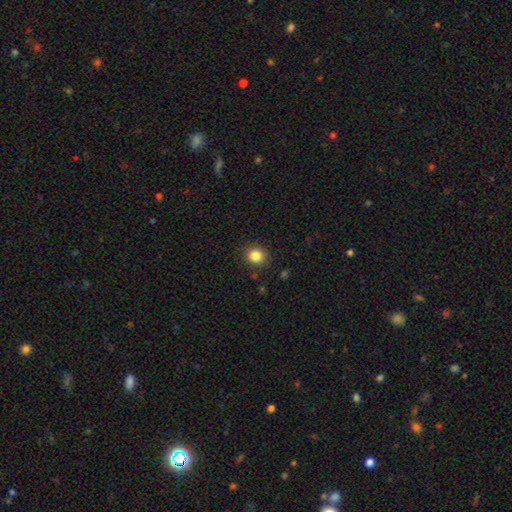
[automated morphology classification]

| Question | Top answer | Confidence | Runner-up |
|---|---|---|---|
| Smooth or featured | smooth | 84% | star or artifact (11%) |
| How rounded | round | 77% | in between (23%) |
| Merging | none | 89% | minor disturbance (8%) |